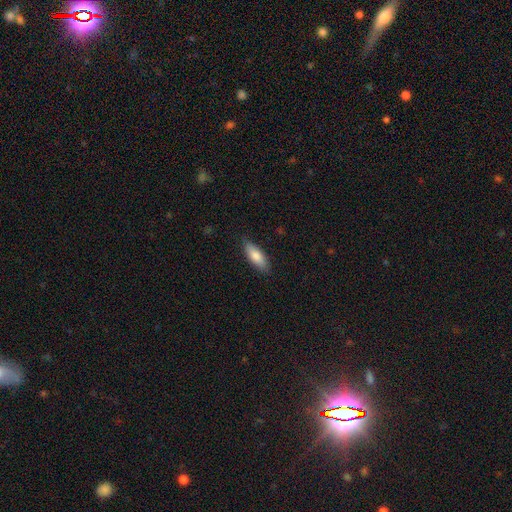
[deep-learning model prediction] Morphology: type=smooth (81%); roundness=in between (69%); merging=none (84%).